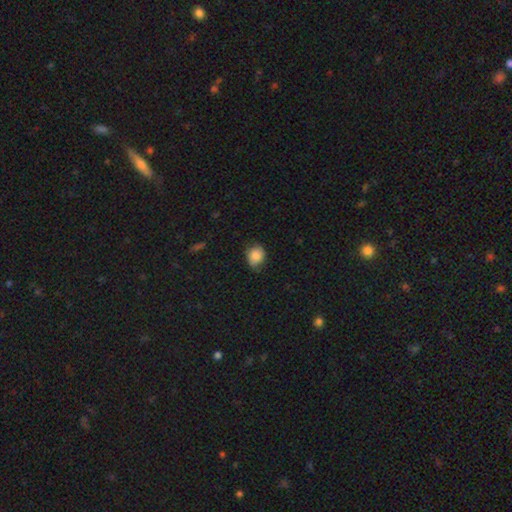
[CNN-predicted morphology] Q: Smooth or featured?
A: smooth (83%); runner-up: featured or disk (9%)
Q: How rounded?
A: round (63%); runner-up: in between (36%)
Q: Merging?
A: none (60%); runner-up: minor disturbance (32%)